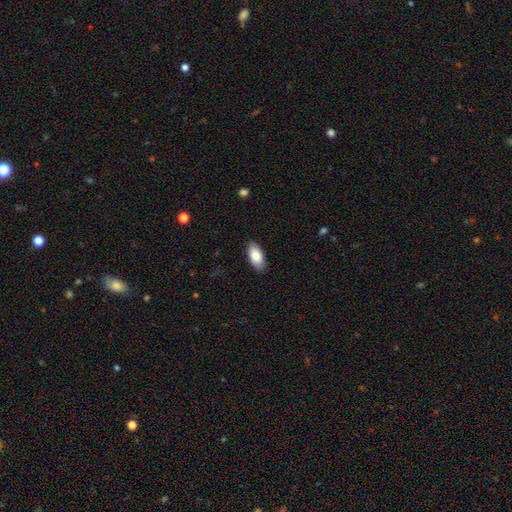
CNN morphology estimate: The model was most divided on "merging": none: 86%, minor disturbance: 10%, major disturbance: 2%, merger: 1%. More confident: how rounded — in between (92%); smooth or featured — smooth (86%).